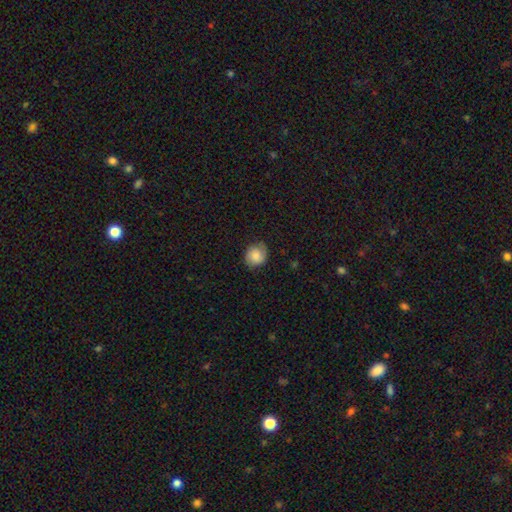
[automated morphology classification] This appears to be a smooth galaxy with no disk features (76%) that is round (77%). Merging: none (76%).